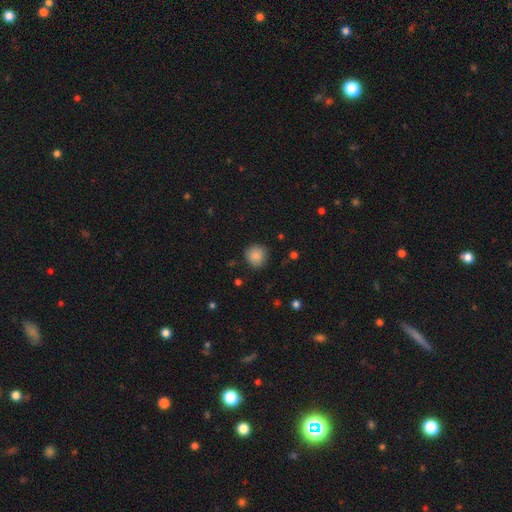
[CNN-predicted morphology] Q: Smooth or featured?
A: smooth (87%); runner-up: star or artifact (9%)
Q: How rounded?
A: round (92%); runner-up: in between (7%)
Q: Merging?
A: none (87%); runner-up: minor disturbance (10%)